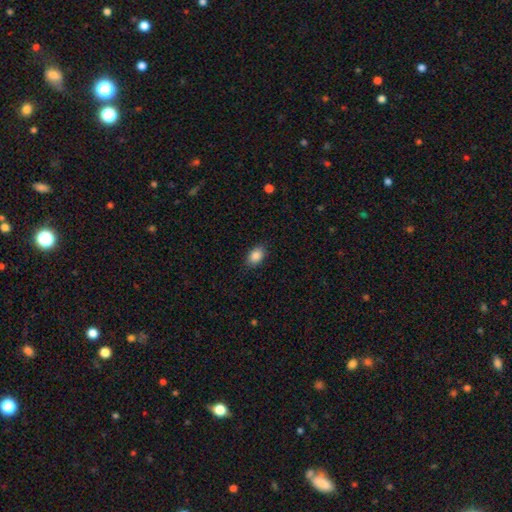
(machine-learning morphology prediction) This appears to be a smooth galaxy with no disk features (88%) that is in between round and cigar-shaped (84%). Merging: none (85%).